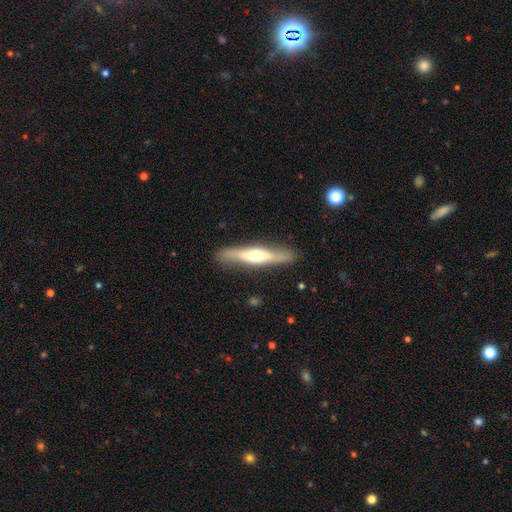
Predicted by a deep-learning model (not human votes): Morphology: type=featured or disk (61%); edge-on=yes (85%); edge-on bulge=rounded (86%); merging=none (87%).